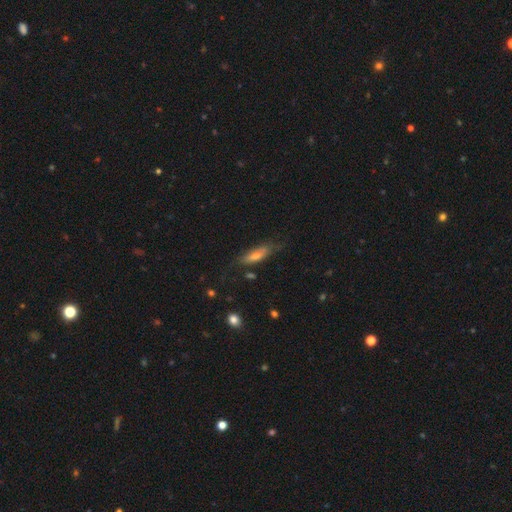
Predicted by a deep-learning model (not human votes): smooth-or-featured: smooth: 56% | featured or disk: 35% | star or artifact: 10%
  how-rounded: cigar-shaped: 58% | in between: 39% | round: 3%
  merging: none: 64% | minor disturbance: 24% | major disturbance: 10% | merger: 2%